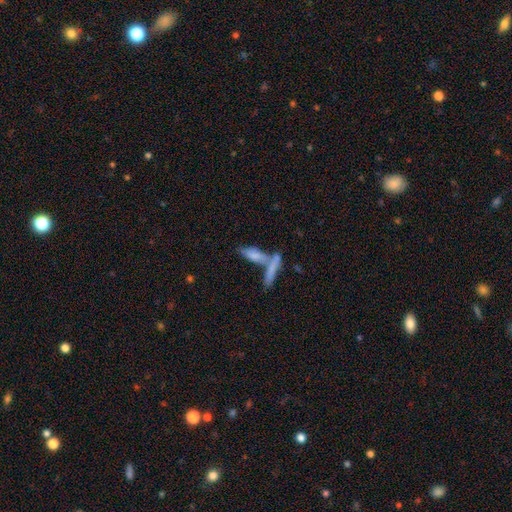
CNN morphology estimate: type=smooth (57%); roundness=cigar-shaped (64%); merging=merger (47%).